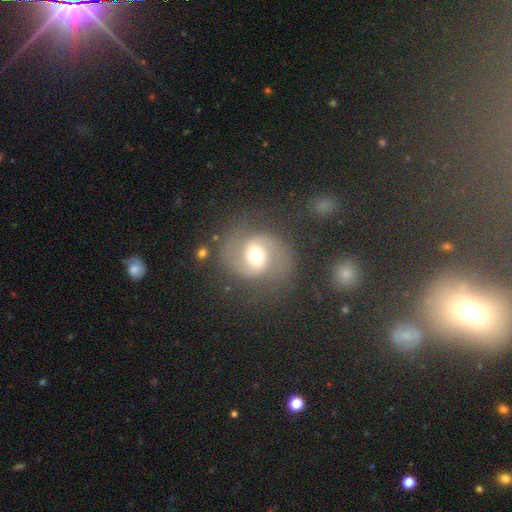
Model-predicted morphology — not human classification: type=featured or disk (83%); edge-on=no (98%); bar=weak (46%); spiral arms=yes (95%); winding=medium (58%); arm count=2 (92%); bulge=moderate (68%); merging=none (76%).